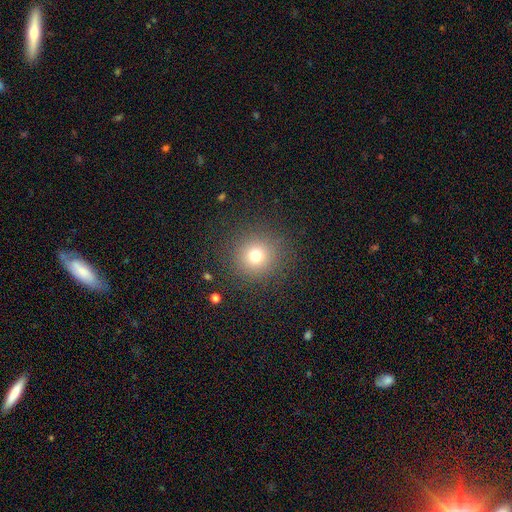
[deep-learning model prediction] smooth_or_featured: smooth (p=0.73) [alt: star or artifact p=0.17]
how_rounded: round (p=0.93) [alt: in between p=0.06]
merging: none (p=0.88) [alt: minor disturbance p=0.07]